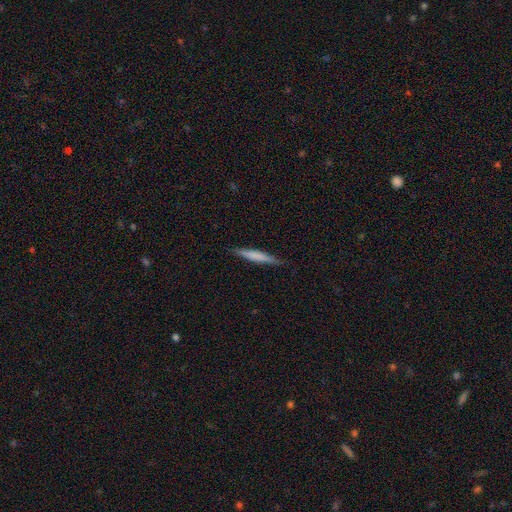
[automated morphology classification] smooth-or-featured: smooth: 60% | featured or disk: 34% | star or artifact: 6%
  how-rounded: cigar-shaped: 94% | in between: 4% | round: 1%
  merging: none: 88% | minor disturbance: 9% | major disturbance: 2% | merger: 1%